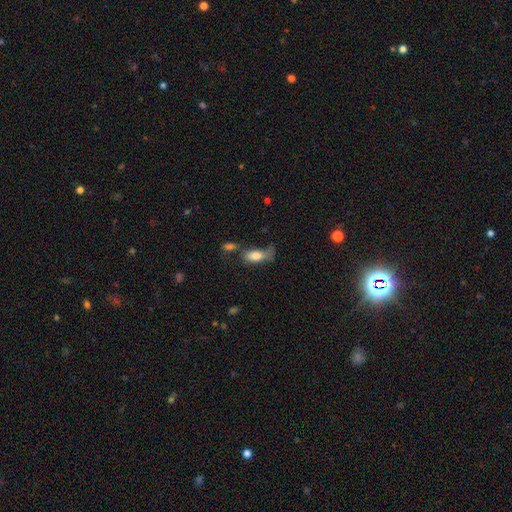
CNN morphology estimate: A smooth galaxy with no disk features (73%) that is in between round and cigar-shaped (82%). Merging: none (30%).